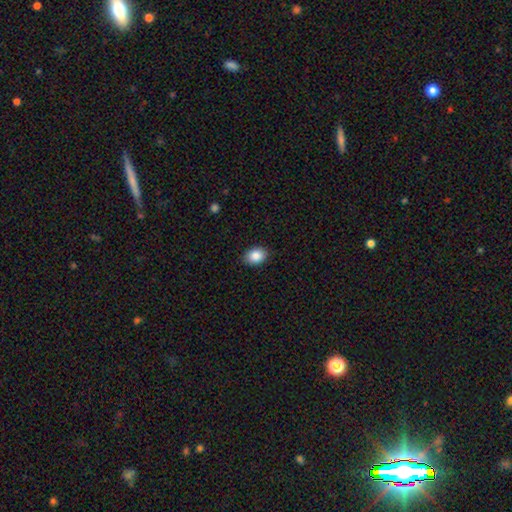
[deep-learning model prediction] A smooth galaxy with no disk features (86%) that is in between round and cigar-shaped (77%). Merging: none (88%).